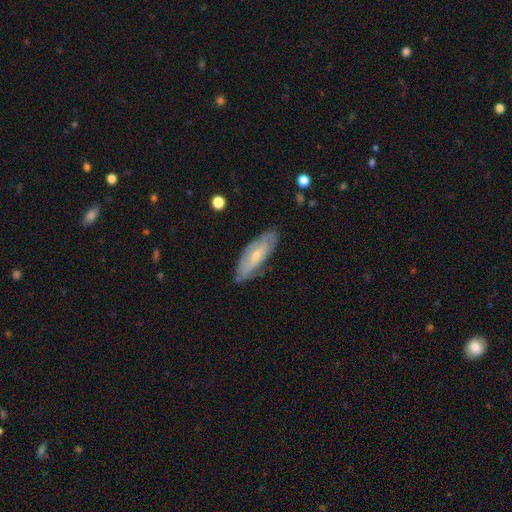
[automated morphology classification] Overall: featured or disk (53%; smooth 40%). Edge-on disk: no (73%). Merging: none (78%).